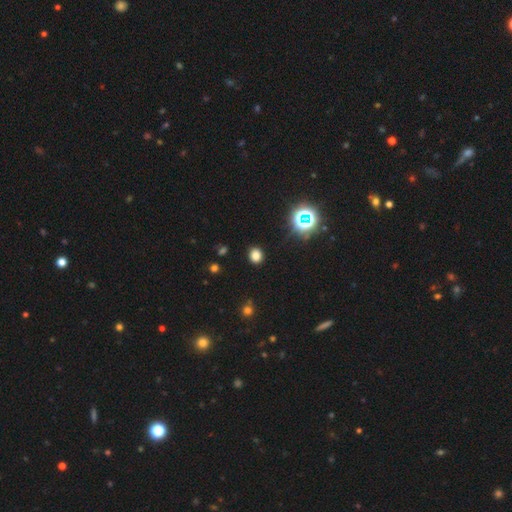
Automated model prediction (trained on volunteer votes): smooth 76%, star or artifact 19%, featured or disk 5%. Down the decision tree: how rounded — round (68%); merging — none (89%).